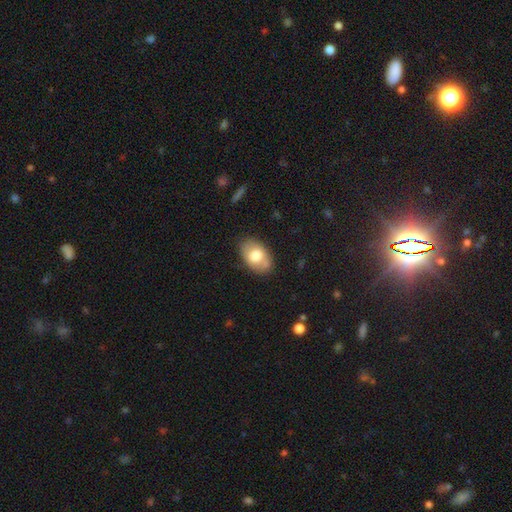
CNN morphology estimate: smooth 72%, featured or disk 21%, star or artifact 7%. Down the decision tree: how rounded — in between (88%); merging — none (74%).